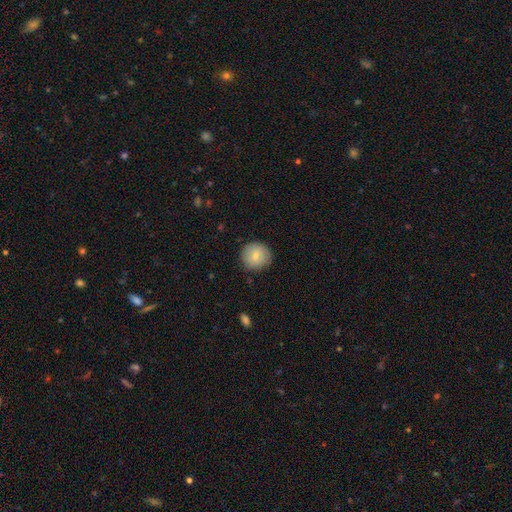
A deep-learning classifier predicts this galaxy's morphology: smooth-or-featured: smooth: 79% | featured or disk: 14% | star or artifact: 7%
  how-rounded: round: 91% | in between: 8% | cigar-shaped: 1%
  merging: none: 85% | minor disturbance: 11% | major disturbance: 3% | merger: 1%